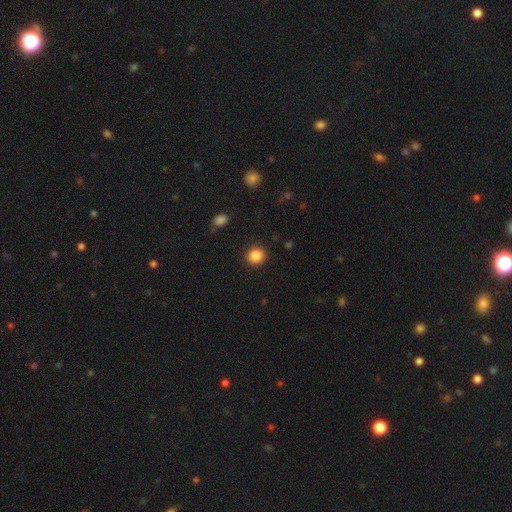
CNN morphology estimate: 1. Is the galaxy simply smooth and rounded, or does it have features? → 87% smooth, 10% star or artifact, 3% featured or disk.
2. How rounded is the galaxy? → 87% round, 12% in between, 1% cigar-shaped.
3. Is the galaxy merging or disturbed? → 90% none, 6% minor disturbance, 2% major disturbance, 1% merger.